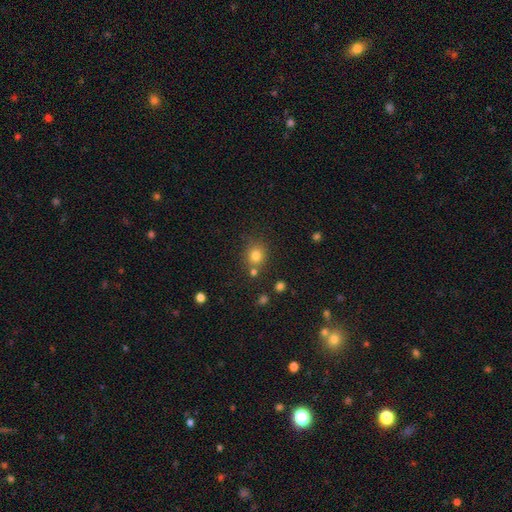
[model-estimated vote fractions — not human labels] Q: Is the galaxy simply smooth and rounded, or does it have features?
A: smooth — 80%.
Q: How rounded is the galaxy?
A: round — 83%.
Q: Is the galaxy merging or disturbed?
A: none — 72%.